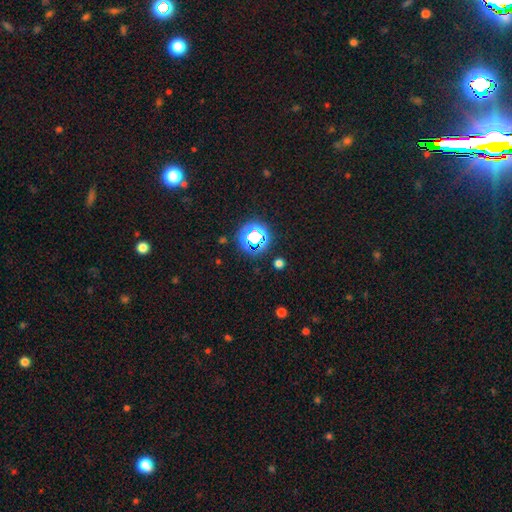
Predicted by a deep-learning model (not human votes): Smooth or featured? Predicted: star or artifact (p=0.75).